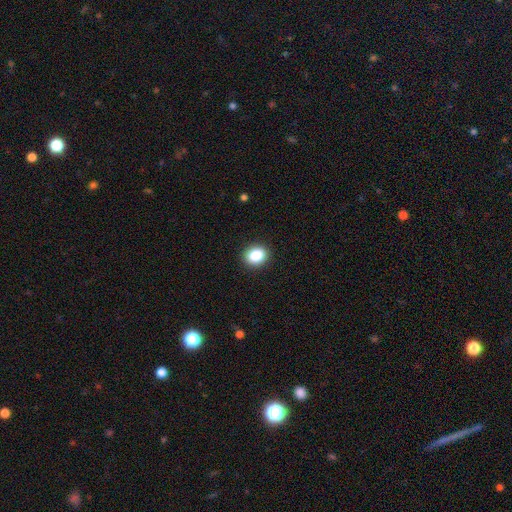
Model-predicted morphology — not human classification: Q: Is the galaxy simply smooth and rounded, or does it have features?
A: smooth — 87%.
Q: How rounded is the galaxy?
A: round — 55%.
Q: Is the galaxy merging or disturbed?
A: none — 91%.